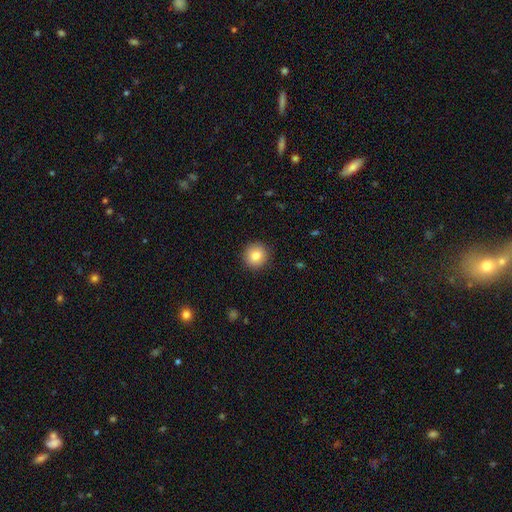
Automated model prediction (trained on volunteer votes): Q: Smooth or featured?
A: smooth (84%); runner-up: star or artifact (9%)
Q: How rounded?
A: round (94%); runner-up: in between (5%)
Q: Merging?
A: none (92%); runner-up: minor disturbance (5%)